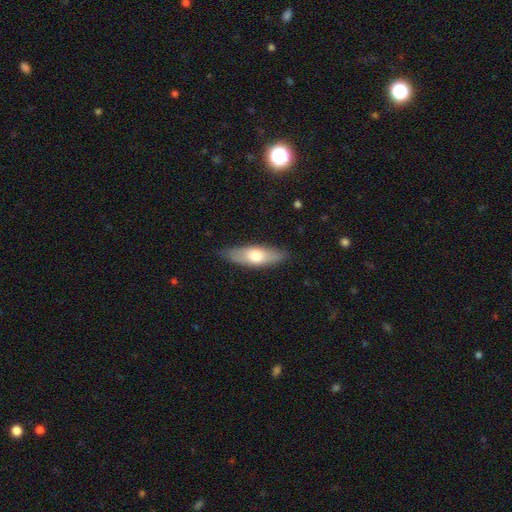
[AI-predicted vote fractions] Smooth or featured: smooth — 62% (featured or disk — 33%)
How rounded: in between — 55% (cigar-shaped — 43%)
Merging: none — 83% (minor disturbance — 14%)